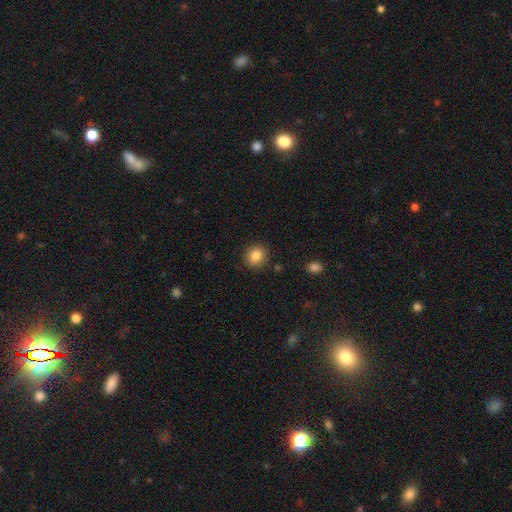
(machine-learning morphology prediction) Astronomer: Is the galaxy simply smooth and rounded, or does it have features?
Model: smooth — 85%.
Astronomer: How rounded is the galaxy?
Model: round — 81%.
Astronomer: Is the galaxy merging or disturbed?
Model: none — 88%.